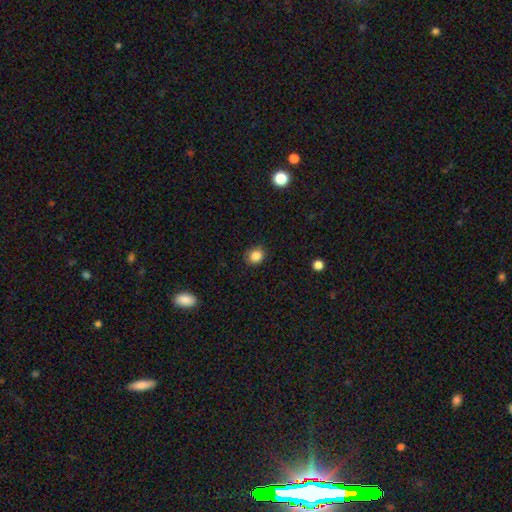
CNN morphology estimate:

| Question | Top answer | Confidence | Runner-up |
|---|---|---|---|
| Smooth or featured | smooth | 85% | star or artifact (11%) |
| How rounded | round | 73% | in between (26%) |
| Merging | none | 86% | minor disturbance (10%) |